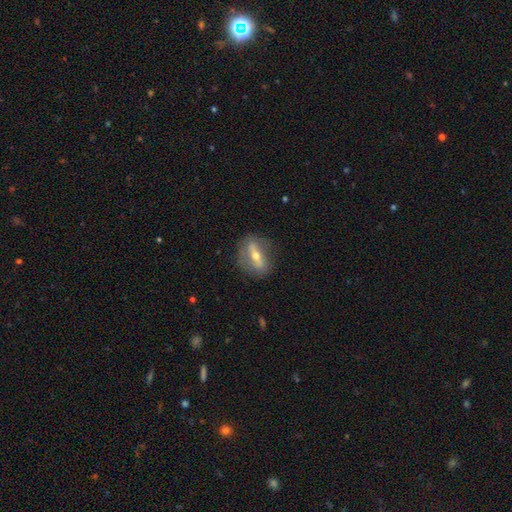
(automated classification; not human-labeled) Overall: featured or disk (64%; smooth 28%). Edge-on disk: no (61%; yes 39%). Merging: none (77%).